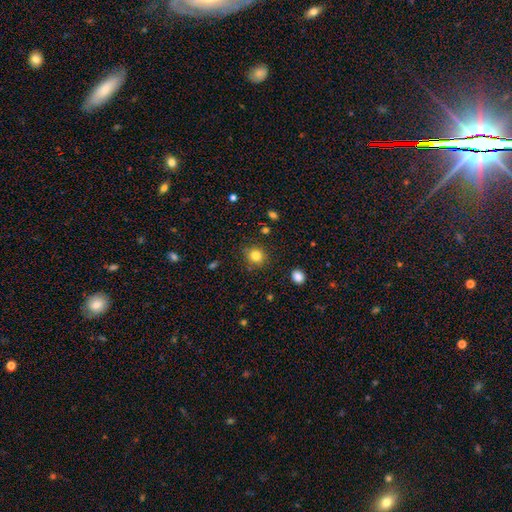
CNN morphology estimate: smooth_or_featured: smooth (p=0.82) [alt: star or artifact p=0.12]
how_rounded: round (p=0.85) [alt: in between p=0.14]
merging: none (p=0.86) [alt: minor disturbance p=0.09]